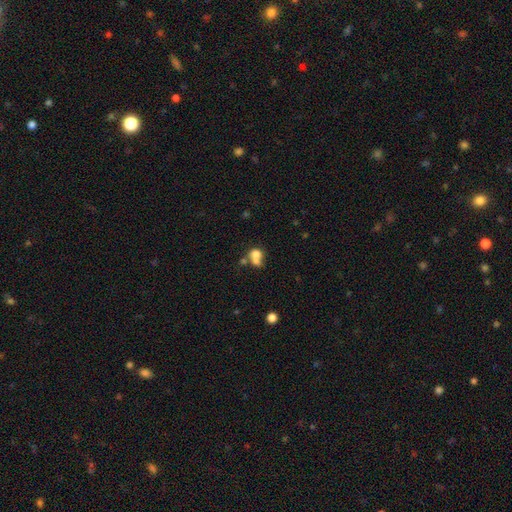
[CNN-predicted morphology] Smooth or featured: smooth — 68% (featured or disk — 20%)
How rounded: round — 55% (in between — 43%)
Merging: merger — 60% (none — 22%)